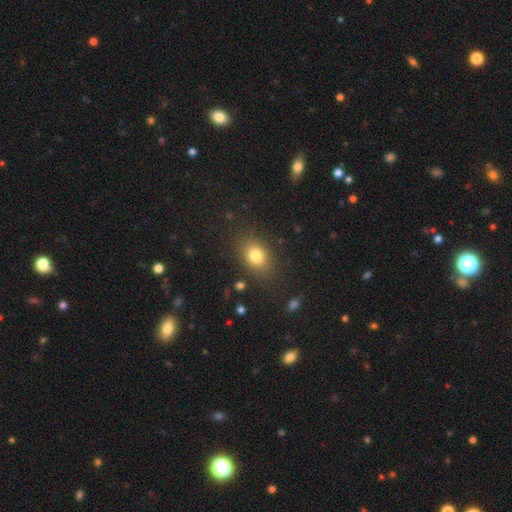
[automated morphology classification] Smooth or featured? Predicted: smooth (p=0.80). How rounded? Predicted: in between (p=0.69). Merging? Predicted: none (p=0.83).